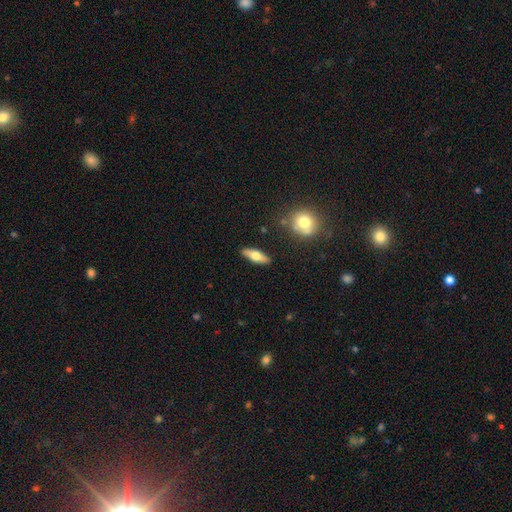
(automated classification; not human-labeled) Smooth or featured? Predicted: smooth (p=0.57). How rounded? Predicted: in between (p=0.51). Merging? Predicted: none (p=0.88).